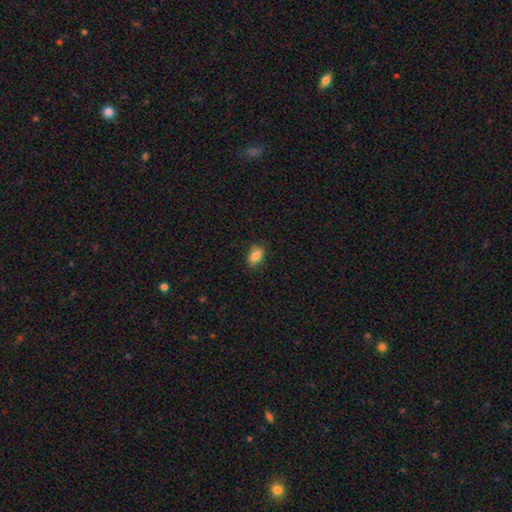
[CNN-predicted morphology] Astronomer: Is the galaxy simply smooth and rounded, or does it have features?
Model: smooth — 85%.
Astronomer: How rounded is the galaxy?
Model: in between — 87%.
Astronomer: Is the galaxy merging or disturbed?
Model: none — 82%.